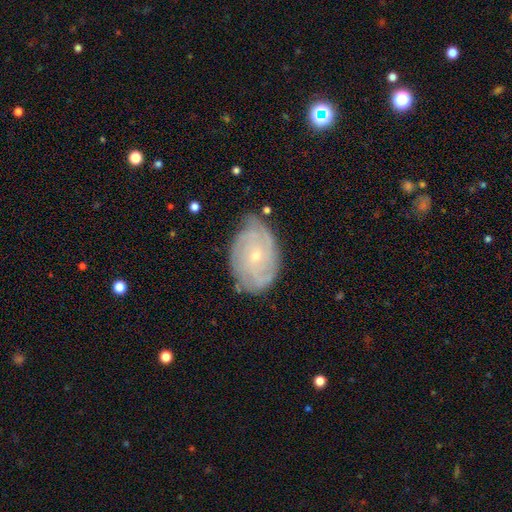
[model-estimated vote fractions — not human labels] smooth_or_featured: featured or disk (p=0.80) [alt: smooth p=0.13]
disk_edge_on: no (p=0.96) [alt: yes p=0.04]
bar: no (p=0.76) [alt: weak p=0.20]
has_spiral_arms: yes (p=0.94) [alt: no p=0.06]
spiral_winding: tight (p=0.72) [alt: medium p=0.22]
spiral_arm_count: can't tell (p=0.34) [alt: 3 p=0.20]
bulge_size: small (p=0.74) [alt: moderate p=0.23]
merging: none (p=0.73) [alt: minor disturbance p=0.21]